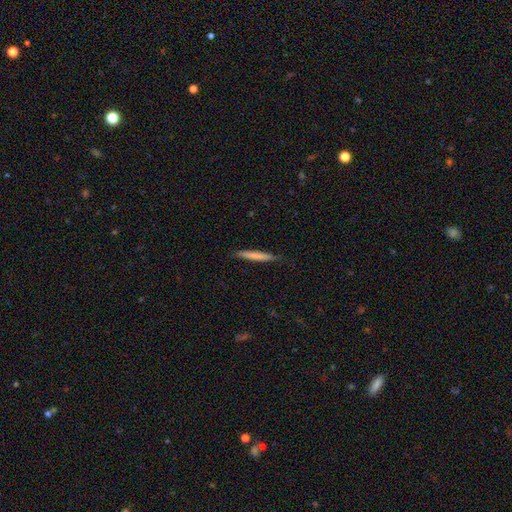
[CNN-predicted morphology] This appears to be a smooth galaxy with no disk features (72%) that is cigar-shaped (96%). Merging: none (84%).